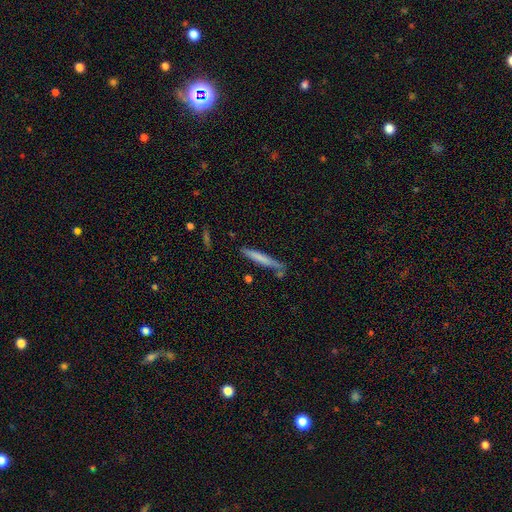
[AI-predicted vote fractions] This is likely a smooth galaxy (66%). How rounded: clearly cigar-shaped (96%). Merging: likely none (78%).